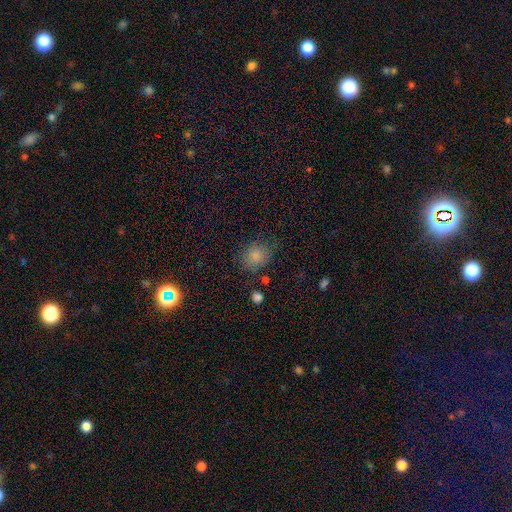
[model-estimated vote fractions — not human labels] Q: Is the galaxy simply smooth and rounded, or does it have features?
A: smooth — 82%.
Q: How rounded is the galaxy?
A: round — 56%.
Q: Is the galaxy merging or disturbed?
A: none — 74%.